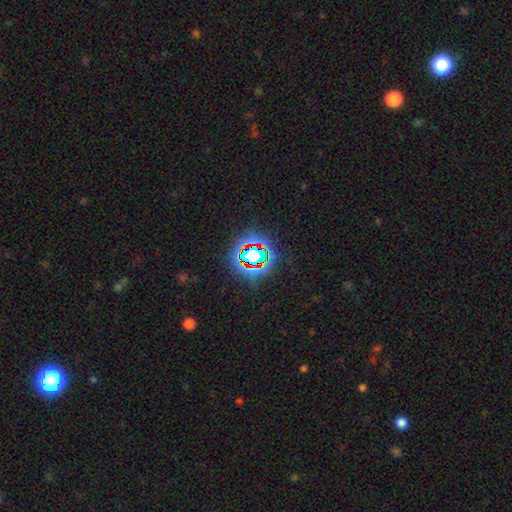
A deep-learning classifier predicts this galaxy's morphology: A star or artifact, not a galaxy (77%).

Vote fractions:
- Smooth or featured? star or artifact: 77% / smooth: 14% / featured or disk: 10%